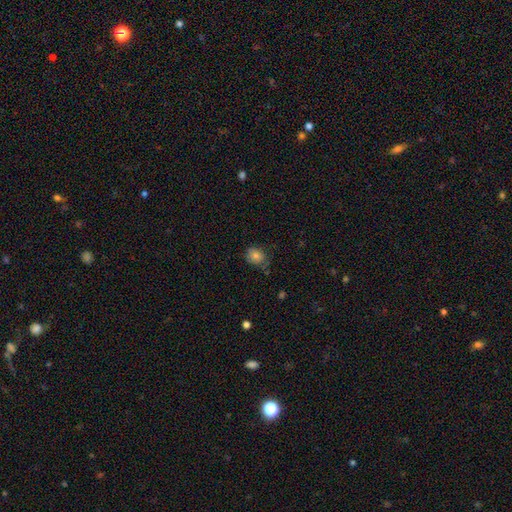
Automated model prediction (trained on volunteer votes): smooth_or_featured: smooth (p=0.74) [alt: featured or disk p=0.15]
how_rounded: round (p=0.59) [alt: in between p=0.40]
merging: none (p=0.63) [alt: minor disturbance p=0.27]